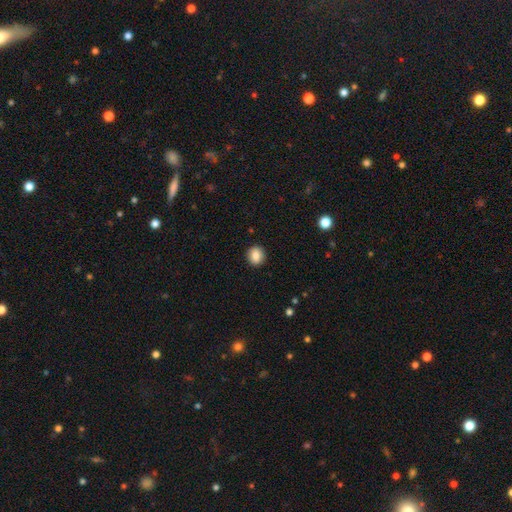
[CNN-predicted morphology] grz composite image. It shows a smooth galaxy with no disk features (86%) that is round (80%). Merging: none (92%).